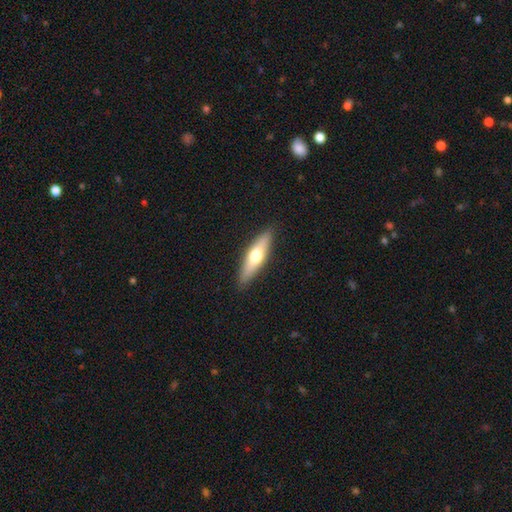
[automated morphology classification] Overall: smooth (54%; featured or disk 41%). How rounded: cigar-shaped (65%; in between 33%). Merging: none (89%).